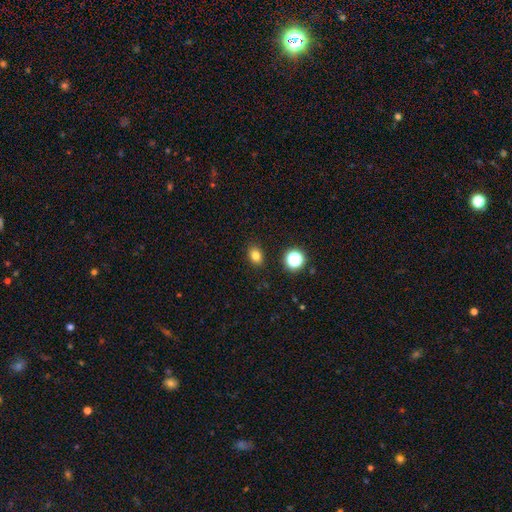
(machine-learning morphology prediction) Smooth or featured?
  - smooth: 80% *
  - star or artifact: 14%
  - featured or disk: 6%
How rounded?
  - in between: 63% *
  - round: 36%
  - cigar-shaped: 1%
Merging?
  - none: 88% *
  - minor disturbance: 8%
  - major disturbance: 2%
  - merger: 2%